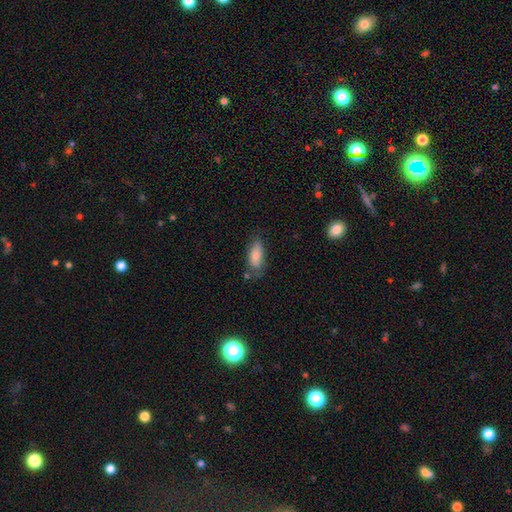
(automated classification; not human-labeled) The model was most divided on "merging": none: 62%, minor disturbance: 25%, major disturbance: 7%, merger: 6%. More confident: smooth or featured — smooth (83%); how rounded — in between (83%).